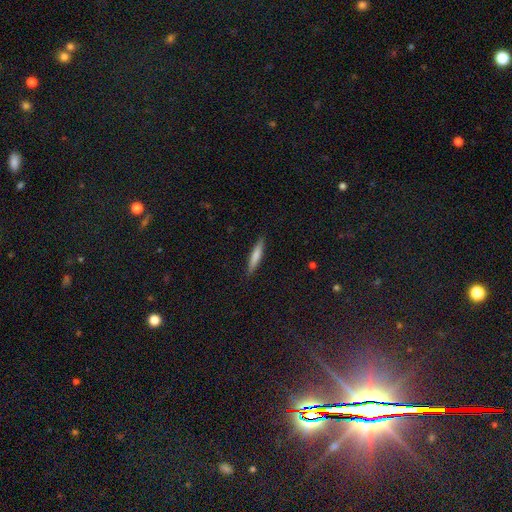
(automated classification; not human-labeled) The model was most divided on "smooth or featured": smooth: 72%, featured or disk: 22%, star or artifact: 6%. More confident: how rounded — cigar-shaped (90%); merging — none (89%).